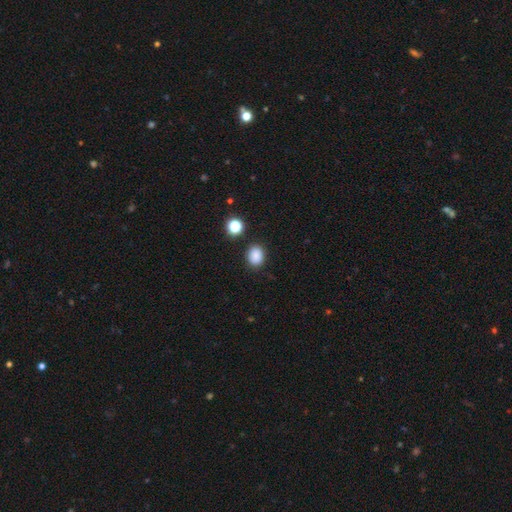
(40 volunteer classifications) Smooth or featured: smooth — 90% (featured or disk — 5%)
How rounded: in between — 53% (round — 47%)
Merging: none — 95% (minor disturbance — 5%)